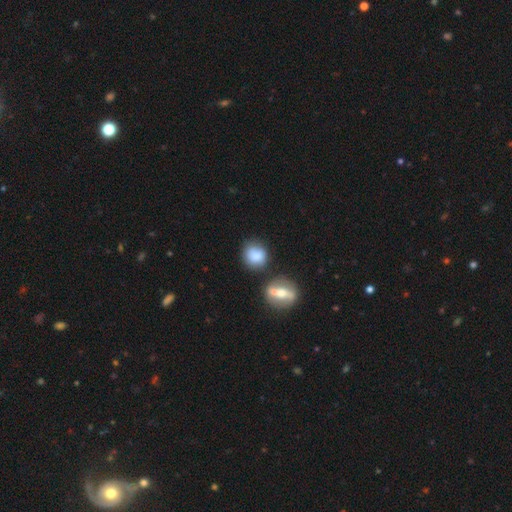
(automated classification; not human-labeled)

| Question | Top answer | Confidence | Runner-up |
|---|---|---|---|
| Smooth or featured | smooth | 80% | featured or disk (13%) |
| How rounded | round | 77% | in between (21%) |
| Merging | none | 62% | merger (17%) |